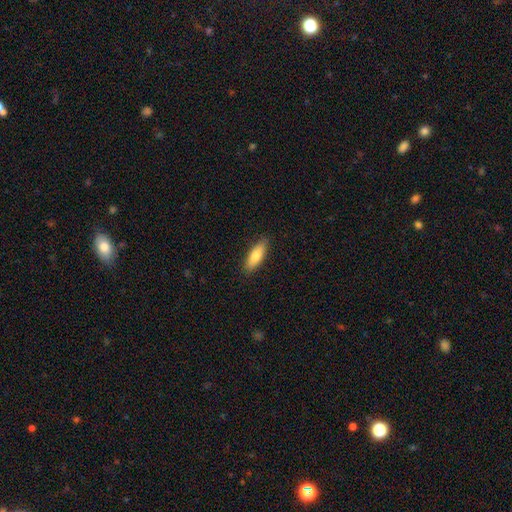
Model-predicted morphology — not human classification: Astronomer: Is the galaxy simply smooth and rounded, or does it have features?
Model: smooth — 78%.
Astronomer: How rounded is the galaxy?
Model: in between — 53% (runner-up: cigar-shaped, 45%).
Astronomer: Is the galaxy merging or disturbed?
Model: none — 88%.